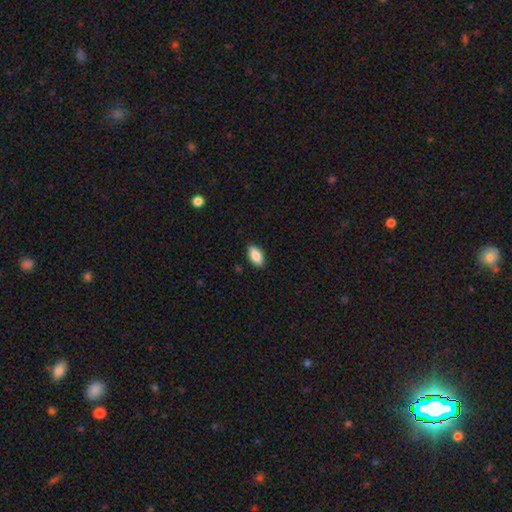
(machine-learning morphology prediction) Smooth or featured?
  - smooth: 87% *
  - star or artifact: 7%
  - featured or disk: 7%
How rounded?
  - in between: 92% *
  - cigar-shaped: 6%
  - round: 3%
Merging?
  - none: 88% *
  - minor disturbance: 9%
  - major disturbance: 2%
  - merger: 1%